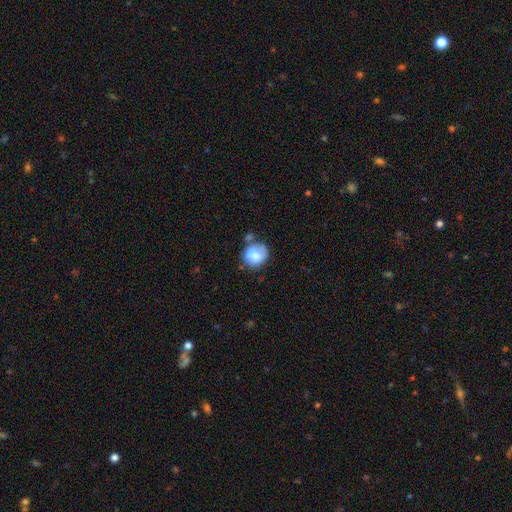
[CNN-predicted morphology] Smooth or featured: smooth — 76% (featured or disk — 16%)
How rounded: round — 71% (in between — 28%)
Merging: none — 52% (minor disturbance — 24%)